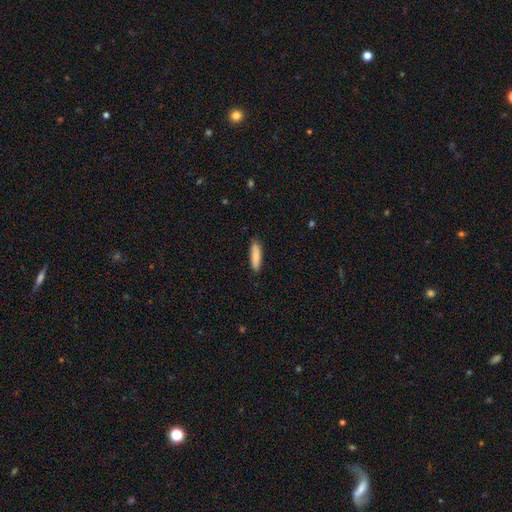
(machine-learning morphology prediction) Smooth or featured: smooth — 87% (featured or disk — 7%)
How rounded: cigar-shaped — 65% (in between — 34%)
Merging: none — 87% (minor disturbance — 10%)